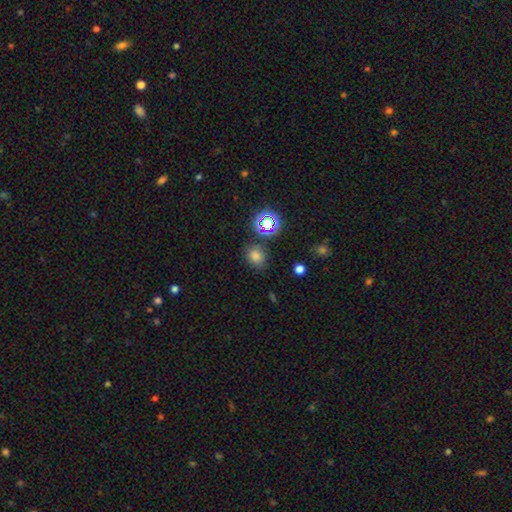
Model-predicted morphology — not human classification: type=smooth (69%); roundness=round (62%); merging=none (83%).